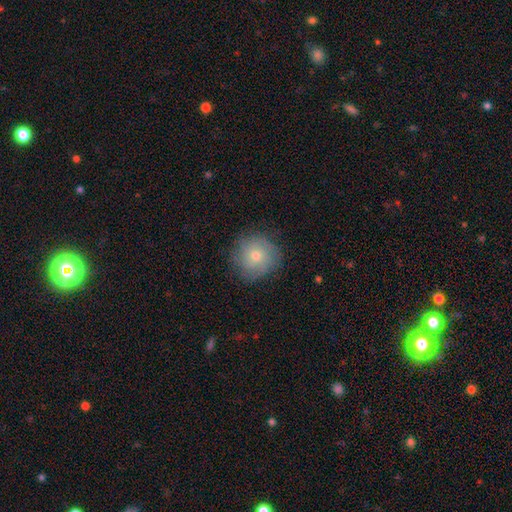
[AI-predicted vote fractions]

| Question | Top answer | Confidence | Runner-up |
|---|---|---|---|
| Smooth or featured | smooth | 58% | featured or disk (32%) |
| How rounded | round | 92% | in between (7%) |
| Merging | none | 81% | minor disturbance (14%) |